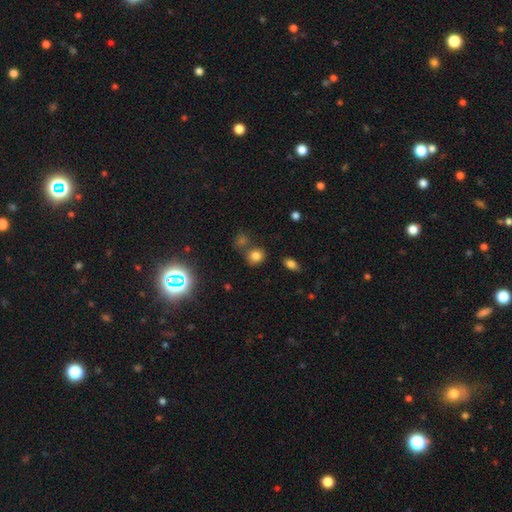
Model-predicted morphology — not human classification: A smooth galaxy with no disk features (76%) that is round (71%). Merging: none (69%).